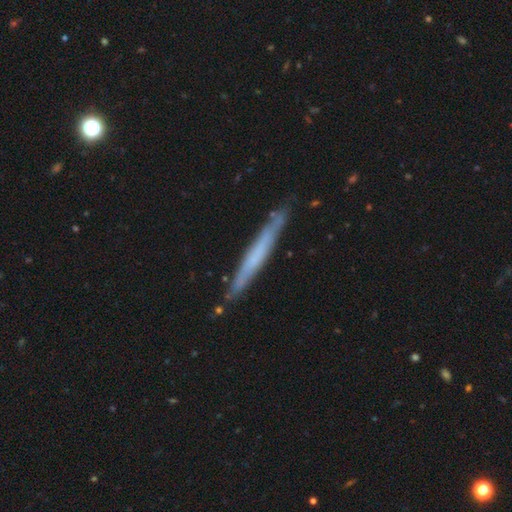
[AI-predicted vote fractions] Smooth or featured? featured or disk (51%)
Edge-on disk? yes (92%)
Merging? none (83%)